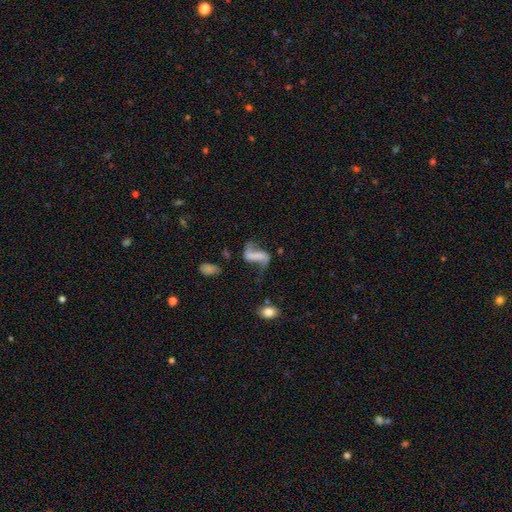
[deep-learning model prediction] Smooth or featured?
  - featured or disk: 76% *
  - smooth: 15%
  - star or artifact: 9%
Edge-on disk?
  - no: 96% *
  - yes: 4%
Bar?
  - strong: 52% *
  - weak: 27%
  - no: 21%
Spiral arms?
  - yes: 89% *
  - no: 11%
Spiral winding?
  - loose: 82% *
  - medium: 15%
  - tight: 4%
Spiral arm count?
  - 2: 90% *
  - 1: 5%
  - can't tell: 2%
  - 3: 1%
  - 4: 1%
  - more than 4: 1%
Bulge size?
  - none: 66% *
  - small: 16%
  - moderate: 9%
  - large: 6%
  - dominant: 3%
Merging?
  - none: 55% *
  - major disturbance: 20%
  - minor disturbance: 17%
  - merger: 7%